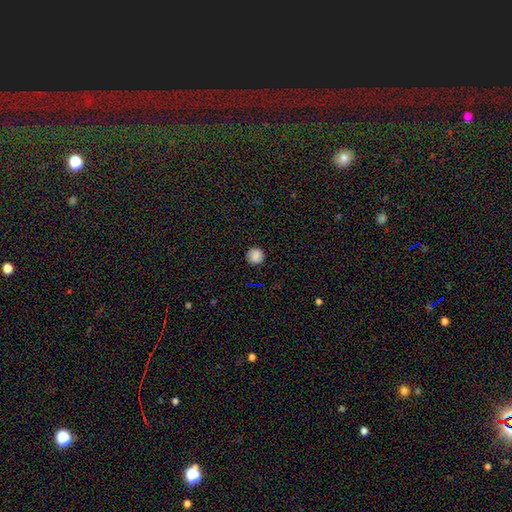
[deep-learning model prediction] Overall: smooth (86%). How rounded: round (95%). Merging: none (89%).